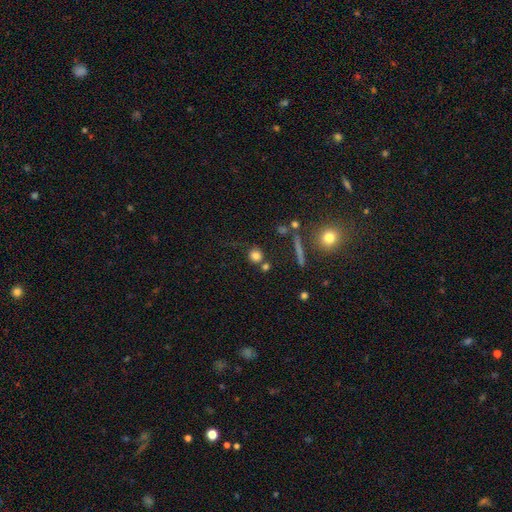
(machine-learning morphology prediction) smooth_or_featured: smooth (p=0.78) [alt: star or artifact p=0.13]
how_rounded: round (p=0.88) [alt: in between p=0.09]
merging: none (p=0.68) [alt: merger p=0.14]